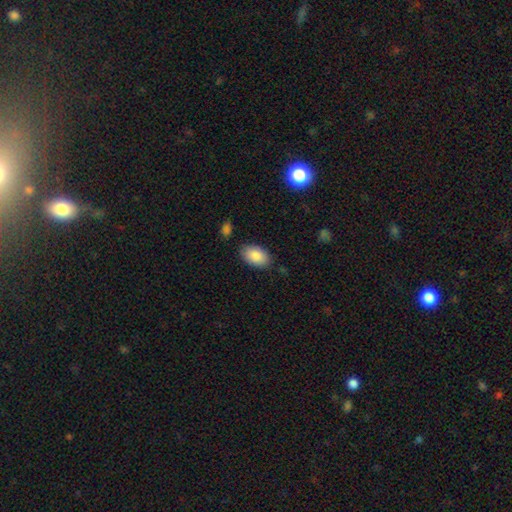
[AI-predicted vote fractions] smooth 87%, featured or disk 7%, star or artifact 6%. Down the decision tree: how rounded — in between (92%); merging — none (82%).